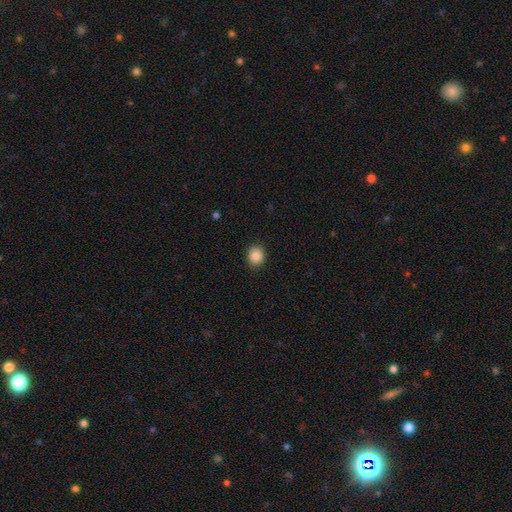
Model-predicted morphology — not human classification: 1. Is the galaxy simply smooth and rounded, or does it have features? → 86% smooth, 9% star or artifact, 4% featured or disk.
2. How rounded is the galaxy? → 78% round, 21% in between, 1% cigar-shaped.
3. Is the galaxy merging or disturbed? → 90% none, 7% minor disturbance, 2% major disturbance, 1% merger.